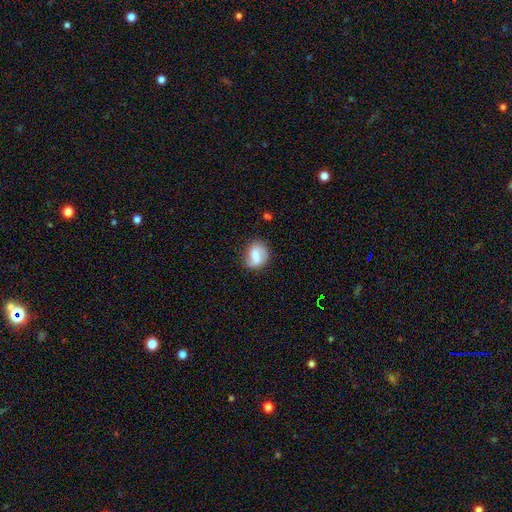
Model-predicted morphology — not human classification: A featured or disk galaxy (51%).

Vote fractions:
- Smooth or featured? featured or disk: 51% / smooth: 41% / star or artifact: 8%
- Edge-on disk? no: 96% / yes: 4%
- Merging? none: 73% / minor disturbance: 19% / major disturbance: 6% / merger: 2%